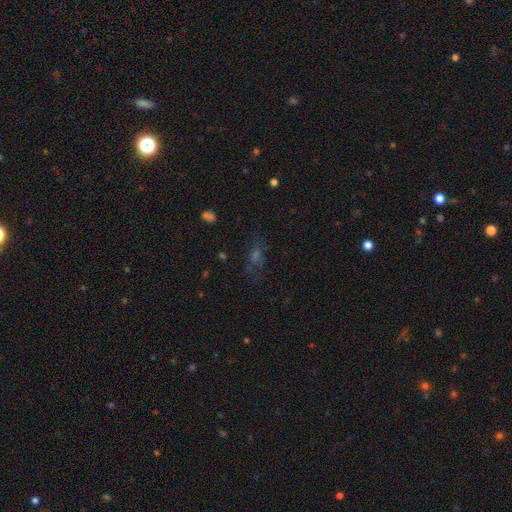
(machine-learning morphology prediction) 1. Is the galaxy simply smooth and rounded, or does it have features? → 37% smooth (tied), 37% star or artifact (tied), 26% featured or disk.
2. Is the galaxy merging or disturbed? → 66% none, 18% minor disturbance, 14% major disturbance, 3% merger.